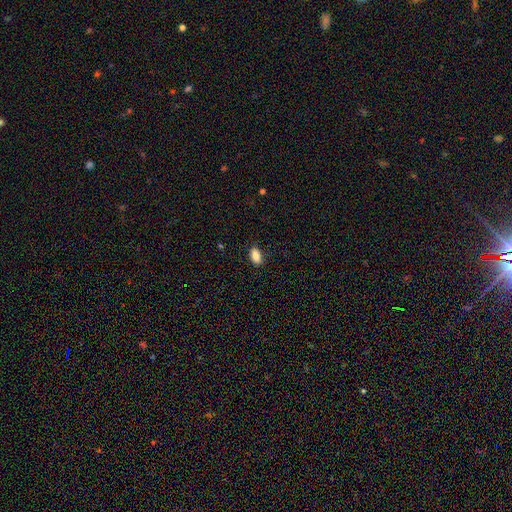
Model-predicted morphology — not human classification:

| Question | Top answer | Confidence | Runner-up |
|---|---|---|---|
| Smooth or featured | smooth | 88% | star or artifact (8%) |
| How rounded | in between | 90% | cigar-shaped (6%) |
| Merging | none | 86% | minor disturbance (10%) |